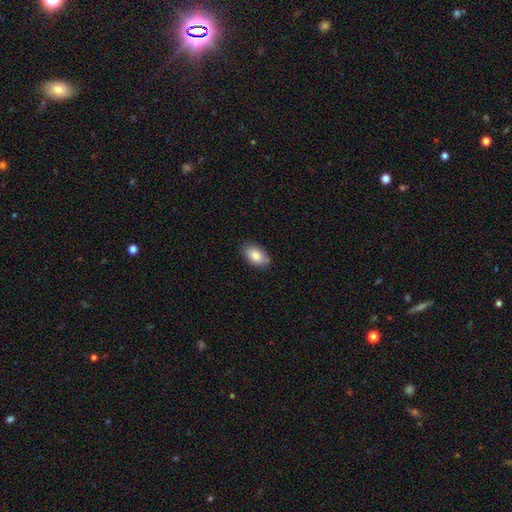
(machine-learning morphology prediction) Smooth or featured: smooth — 85% (featured or disk — 8%)
How rounded: in between — 91% (round — 7%)
Merging: none — 81% (minor disturbance — 15%)